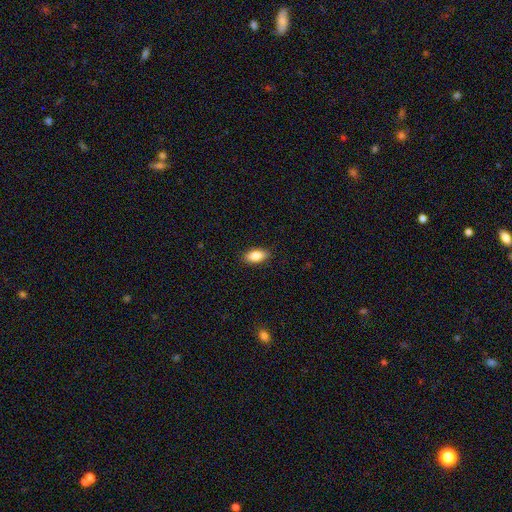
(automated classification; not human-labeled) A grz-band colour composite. It shows a smooth galaxy with no disk features (86%) that is in between round and cigar-shaped (91%). Merging: none (89%).